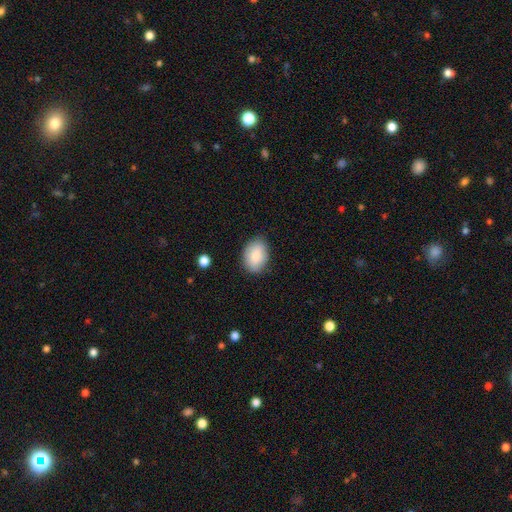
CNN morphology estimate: Smooth or featured? smooth (83%)
How rounded? in between (80%)
Merging? none (82%)